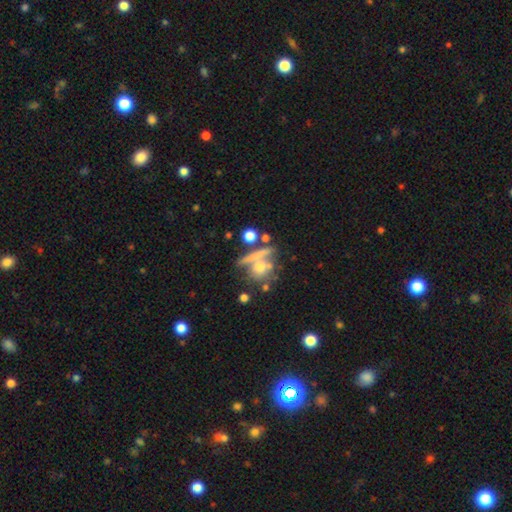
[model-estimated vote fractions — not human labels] smooth-or-featured: smooth: 56% | featured or disk: 31% | star or artifact: 13%
  how-rounded: round: 55% | cigar-shaped: 24% | in between: 21%
  merging: none: 47% | merger: 31% | minor disturbance: 13% | major disturbance: 10%